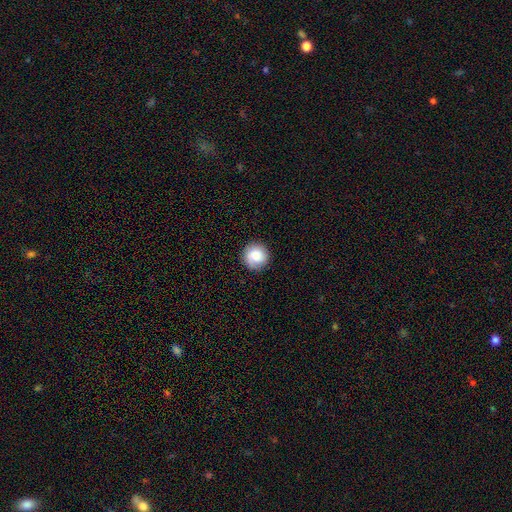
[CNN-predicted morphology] smooth 79%, featured or disk 12%, star or artifact 8%. Down the decision tree: how rounded — round (94%); merging — none (87%).